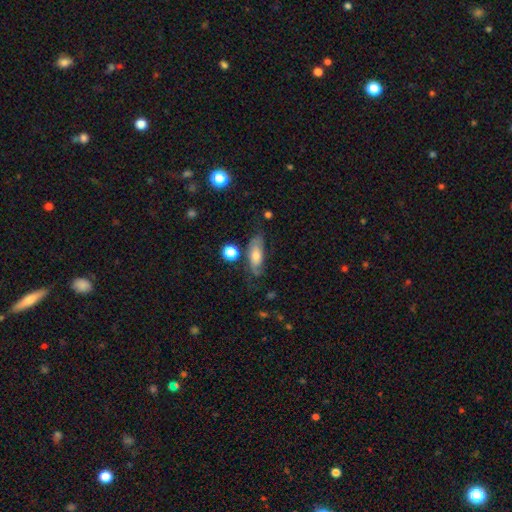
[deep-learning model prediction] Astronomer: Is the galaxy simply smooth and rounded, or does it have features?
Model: smooth — 52% (runner-up: featured or disk, 40%).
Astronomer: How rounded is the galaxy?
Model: in between — 69%.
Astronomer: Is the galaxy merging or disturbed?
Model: none — 61%.